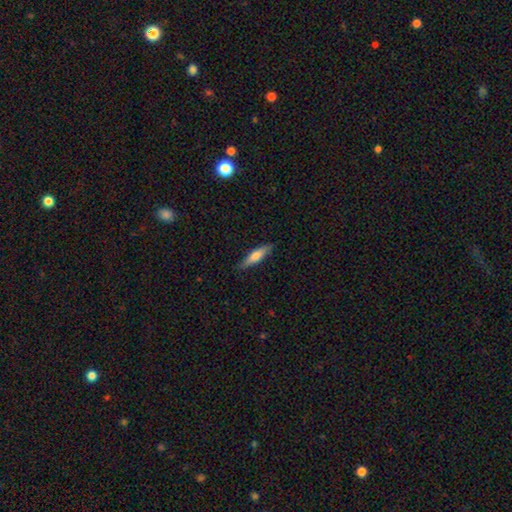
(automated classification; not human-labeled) This appears to be a smooth galaxy with no disk features (64%) that is cigar-shaped (75%). Merging: none (85%).